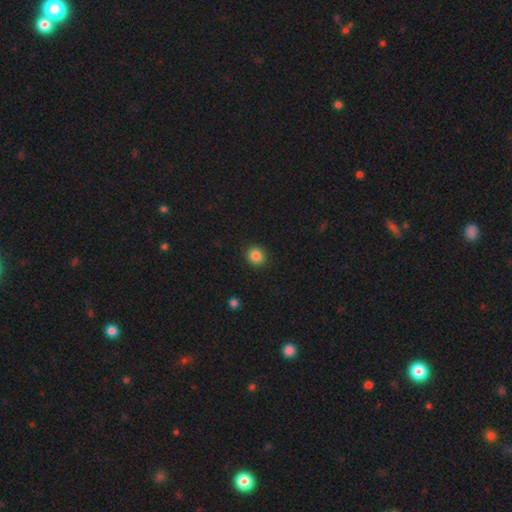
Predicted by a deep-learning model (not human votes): Smooth or featured? smooth (85%)
How rounded? round (86%)
Merging? none (91%)